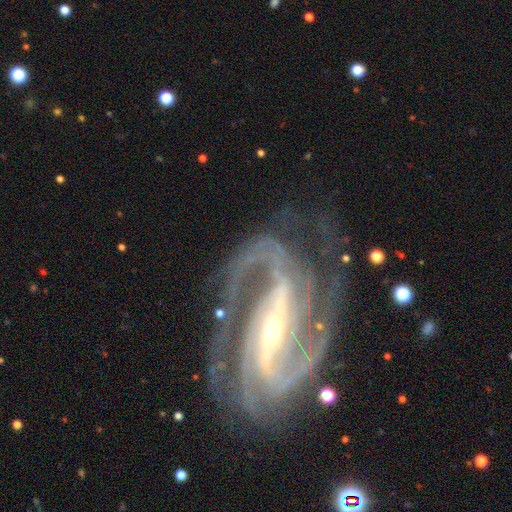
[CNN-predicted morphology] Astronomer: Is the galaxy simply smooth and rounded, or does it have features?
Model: featured or disk — 93%.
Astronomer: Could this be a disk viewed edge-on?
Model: no — 97%.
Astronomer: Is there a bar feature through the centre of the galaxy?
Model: strong — 69%.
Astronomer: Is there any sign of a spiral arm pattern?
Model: yes — 99%.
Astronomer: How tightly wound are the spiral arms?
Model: medium — 50% (runner-up: tight, 40%).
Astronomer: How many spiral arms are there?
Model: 2 — 46% (runner-up: 3, 26%).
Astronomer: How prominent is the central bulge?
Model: small — 65%.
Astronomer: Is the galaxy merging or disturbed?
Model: none — 69%.